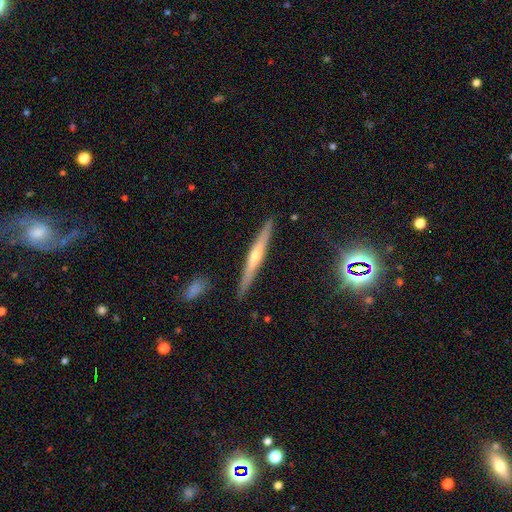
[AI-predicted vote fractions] A featured or disk galaxy (68%) viewed edge-on (96%) with a rounded central bulge (80%). Merging: none (89%).